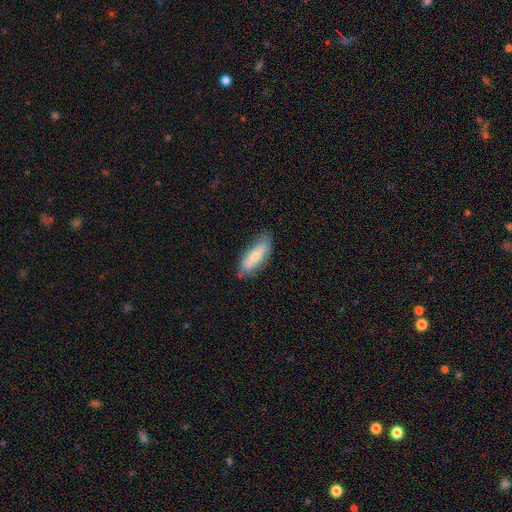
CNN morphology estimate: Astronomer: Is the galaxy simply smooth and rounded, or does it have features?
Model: smooth — 62%.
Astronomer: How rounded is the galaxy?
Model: in between — 60% (runner-up: cigar-shaped, 38%).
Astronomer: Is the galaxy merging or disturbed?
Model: none — 71%.